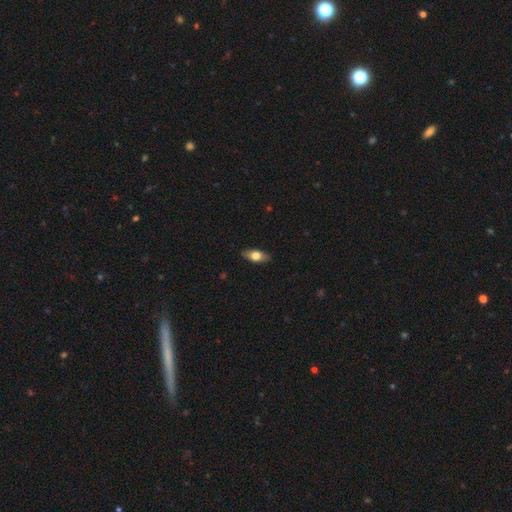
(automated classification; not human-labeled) smooth 69%, featured or disk 24%, star or artifact 6%. Down the decision tree: how rounded — in between (84%); merging — none (87%).